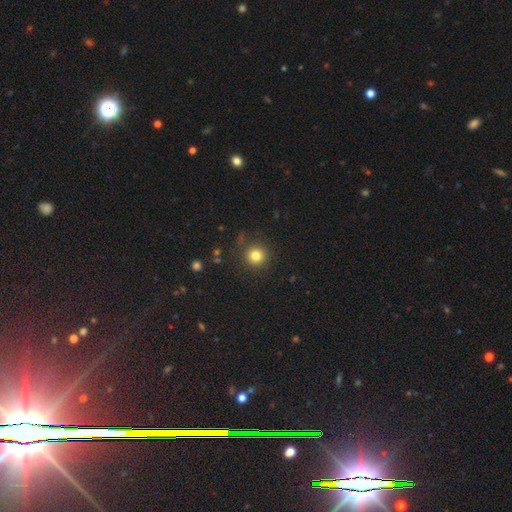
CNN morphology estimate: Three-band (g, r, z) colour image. It shows a smooth galaxy with no disk features (80%) that is round (94%). Merging: none (86%).